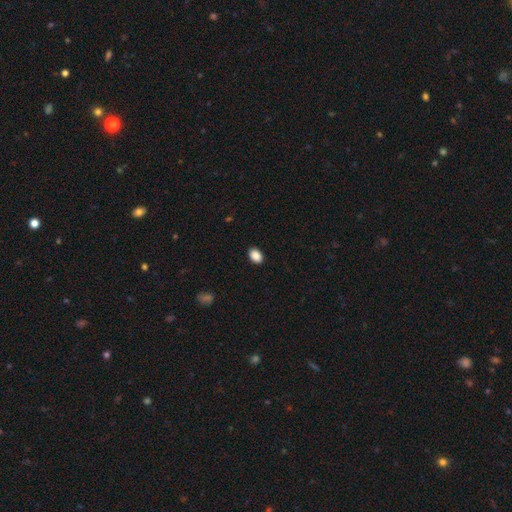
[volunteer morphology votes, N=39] This is clearly a smooth galaxy (92%). How rounded: likely in between (78%). Merging: clearly none (92%).